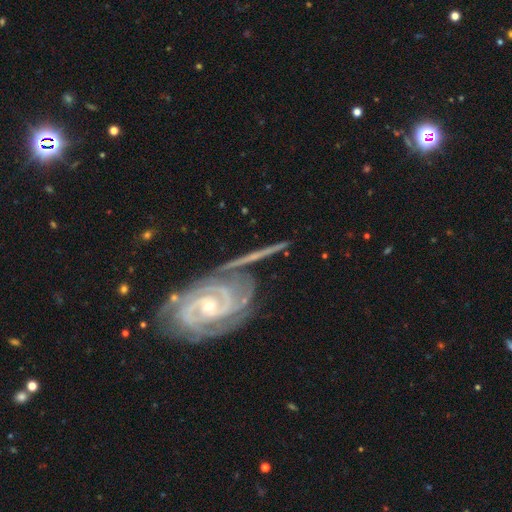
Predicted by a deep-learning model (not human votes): Smooth or featured? Predicted: featured or disk (p=0.86). Edge-on disk? Predicted: no (p=0.92). Bar? Predicted: no (p=0.54). Spiral arms? Predicted: yes (p=0.97). Spiral winding? Predicted: tight (p=0.67). Spiral arm count? Predicted: 2 (p=0.55). Bulge size? Predicted: small (p=0.67). Merging? Predicted: none (p=0.53).